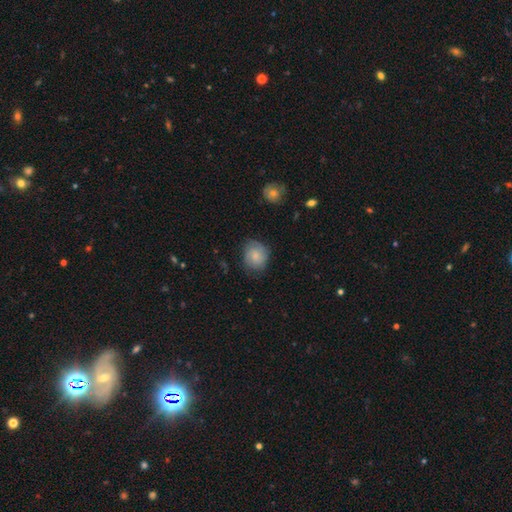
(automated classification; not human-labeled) Morphology: type=smooth (68%); roundness=round (70%); merging=none (68%).